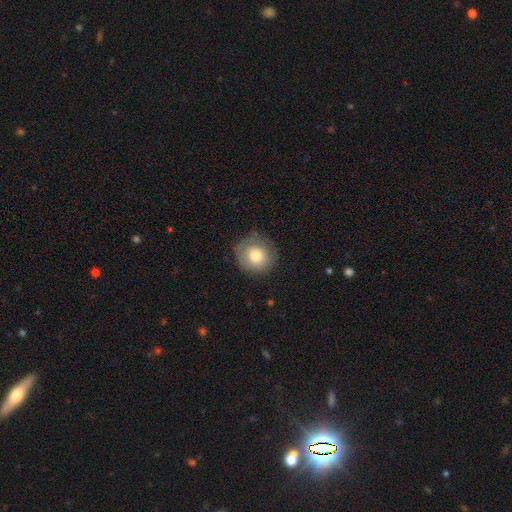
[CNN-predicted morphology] smooth 76%, featured or disk 16%, star or artifact 8%. Down the decision tree: how rounded — round (92%); merging — none (76%).